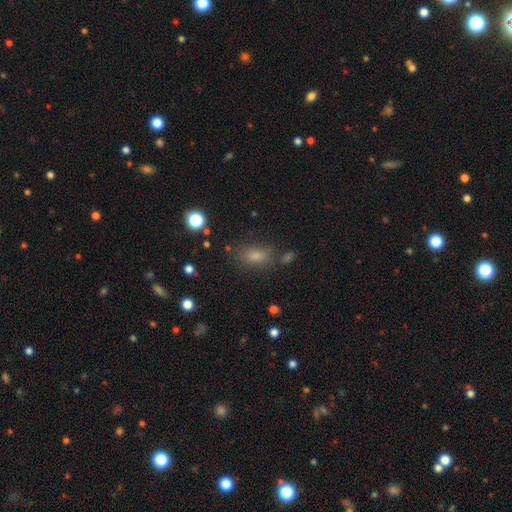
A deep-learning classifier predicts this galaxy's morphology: Smooth or featured?
  - smooth: 69% *
  - star or artifact: 21%
  - featured or disk: 10%
How rounded?
  - in between: 79% *
  - round: 14%
  - cigar-shaped: 7%
Merging?
  - none: 75% *
  - minor disturbance: 13%
  - merger: 8%
  - major disturbance: 5%